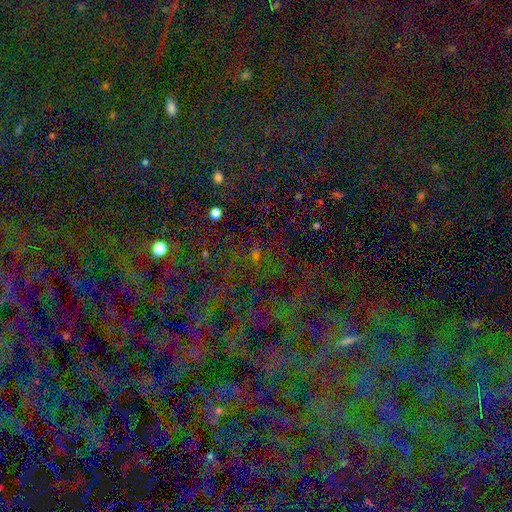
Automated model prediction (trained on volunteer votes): Overall: star or artifact (70%).